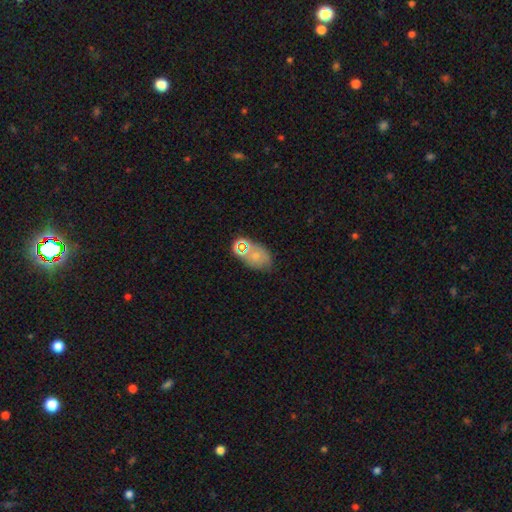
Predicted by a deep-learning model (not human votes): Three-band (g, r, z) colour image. It shows a smooth galaxy with no disk features (63%) that is in between round and cigar-shaped (80%). Merging: none (54%).